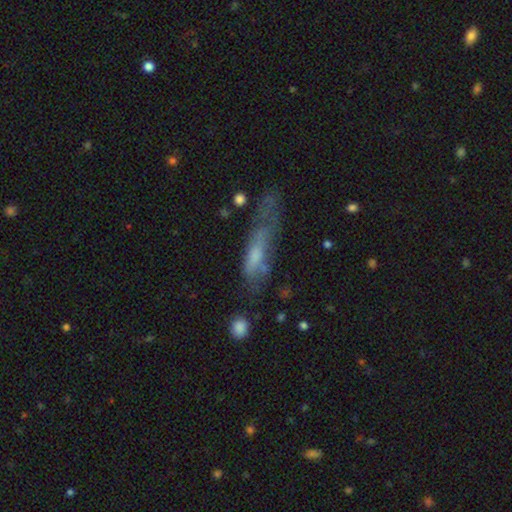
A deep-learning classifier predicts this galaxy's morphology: smooth 54%, featured or disk 36%, star or artifact 10%. Down the decision tree: how rounded — cigar-shaped (64%); merging — major disturbance (37%).